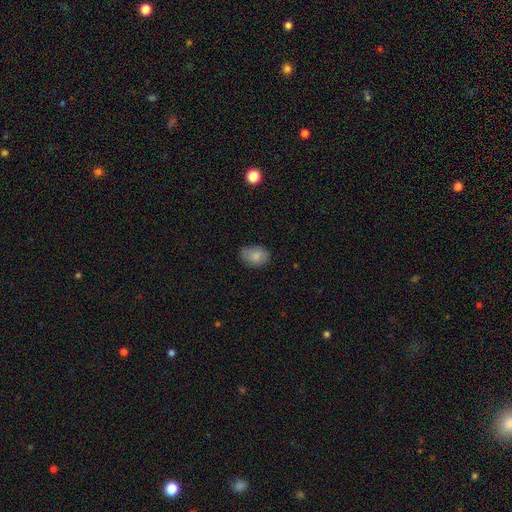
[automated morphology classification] This is clearly a smooth galaxy (83%). How rounded: likely in between (77%). Merging: likely none (75%).